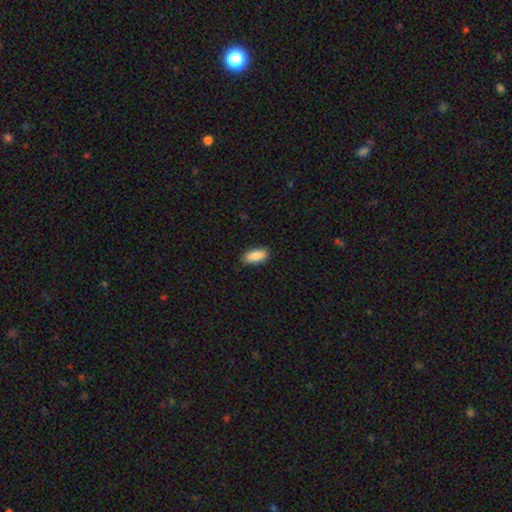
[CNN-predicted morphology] type=smooth (88%); roundness=in between (87%); merging=none (87%).